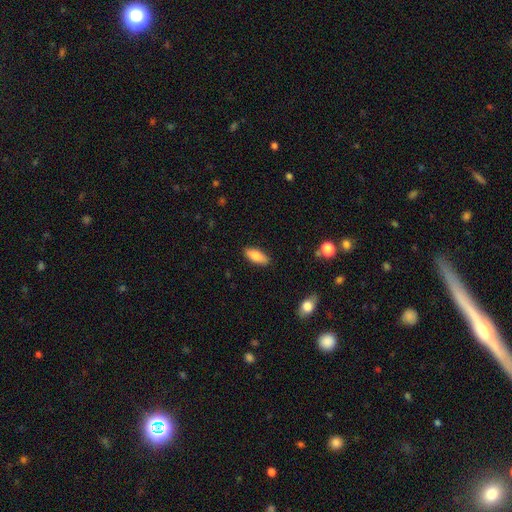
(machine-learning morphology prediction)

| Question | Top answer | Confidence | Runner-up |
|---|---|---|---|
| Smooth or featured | smooth | 82% | featured or disk (11%) |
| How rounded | in between | 76% | cigar-shaped (21%) |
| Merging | none | 87% | minor disturbance (10%) |